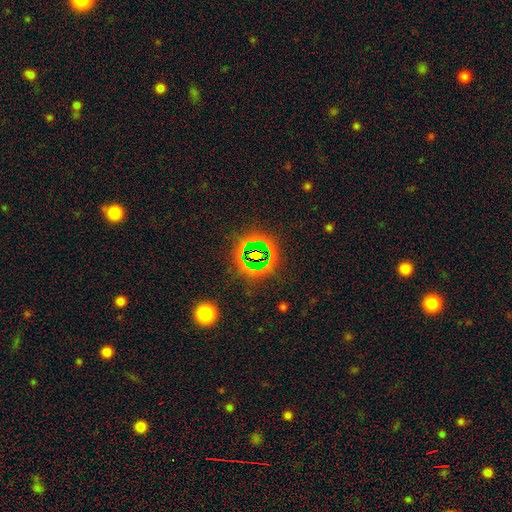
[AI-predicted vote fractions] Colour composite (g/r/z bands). It shows a star or artifact, not a galaxy (75%).